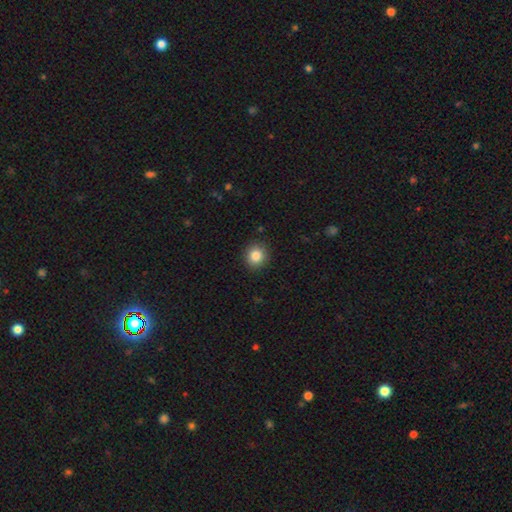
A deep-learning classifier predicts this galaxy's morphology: smooth-or-featured: smooth: 85% | star or artifact: 10% | featured or disk: 5%
  how-rounded: round: 86% | in between: 13% | cigar-shaped: 1%
  merging: none: 90% | minor disturbance: 7% | major disturbance: 2% | merger: 1%